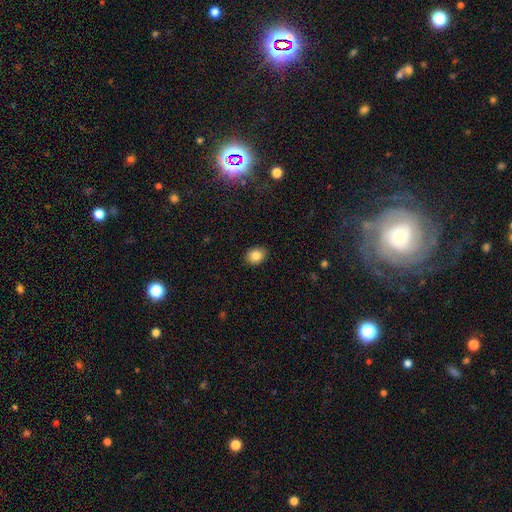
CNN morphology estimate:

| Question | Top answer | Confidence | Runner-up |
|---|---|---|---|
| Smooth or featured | smooth | 85% | star or artifact (9%) |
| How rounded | in between | 51% | round (48%) |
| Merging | none | 88% | minor disturbance (9%) |